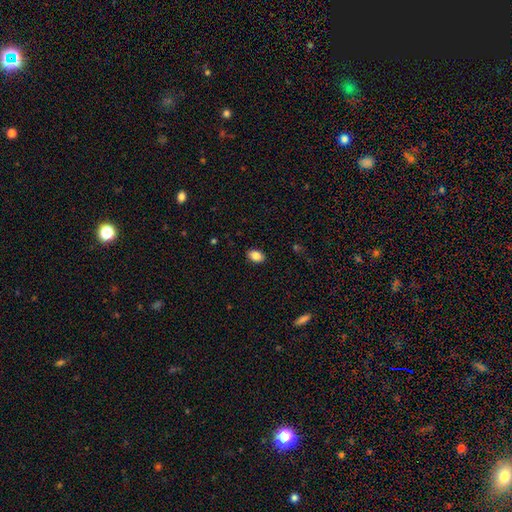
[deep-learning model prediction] Q: Smooth or featured?
A: smooth (86%); runner-up: star or artifact (8%)
Q: How rounded?
A: in between (79%); runner-up: round (20%)
Q: Merging?
A: none (89%); runner-up: minor disturbance (8%)